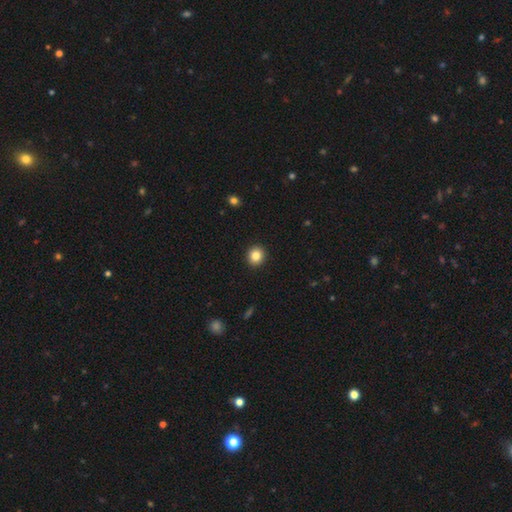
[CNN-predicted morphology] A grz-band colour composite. It shows a smooth galaxy with no disk features (85%) that is round (87%). Merging: none (93%).